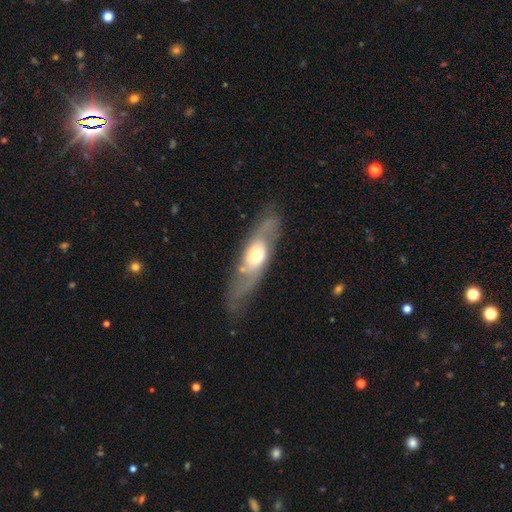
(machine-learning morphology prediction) Smooth or featured: featured or disk — 63% (smooth — 31%)
Edge-on disk: no — 68% (yes — 32%)
Merging: none — 66% (minor disturbance — 19%)